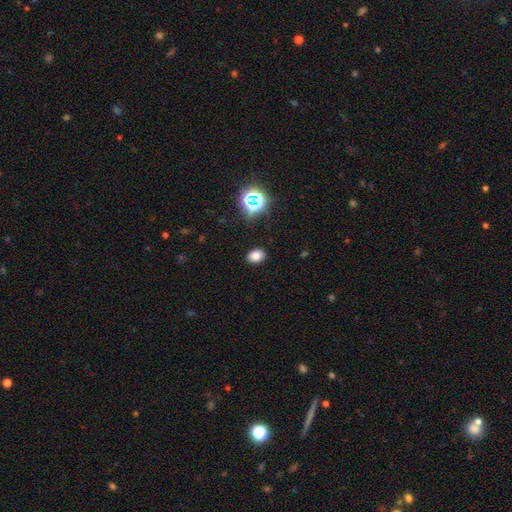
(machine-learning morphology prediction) Q: Smooth or featured?
A: smooth (77%); runner-up: star or artifact (17%)
Q: How rounded?
A: in between (64%); runner-up: round (35%)
Q: Merging?
A: none (88%); runner-up: minor disturbance (9%)